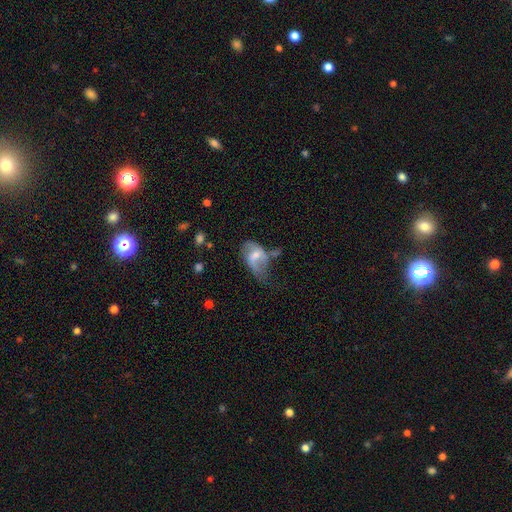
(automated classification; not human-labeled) A featured or disk galaxy (53%) with a weak bar (44%), spiral arms (64%) and a moderate central bulge (50%).

Vote fractions:
- Smooth or featured? featured or disk: 53% / smooth: 40% / star or artifact: 8%
- Edge-on disk? no: 95% / yes: 5%
- Bar? weak: 44% / no: 42% / strong: 14%
- Spiral arms? yes: 64% / no: 36%
- Bulge size? moderate: 50% / small: 35% / none: 8% / large: 6% / dominant: 1%
- Merging? major disturbance: 36% / minor disturbance: 30% / none: 24% / merger: 11%